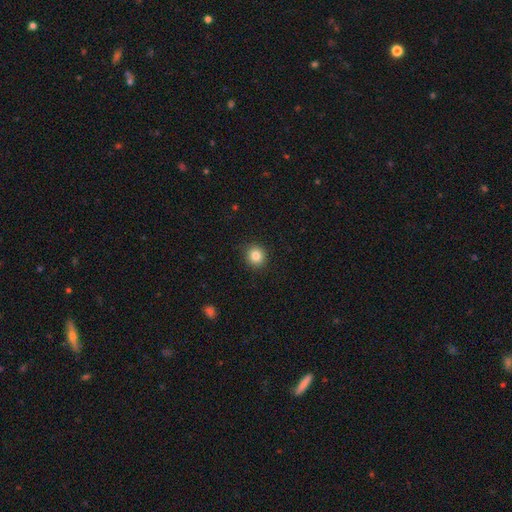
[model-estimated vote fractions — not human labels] A smooth galaxy with no disk features (84%) that is round (89%). Merging: none (91%).